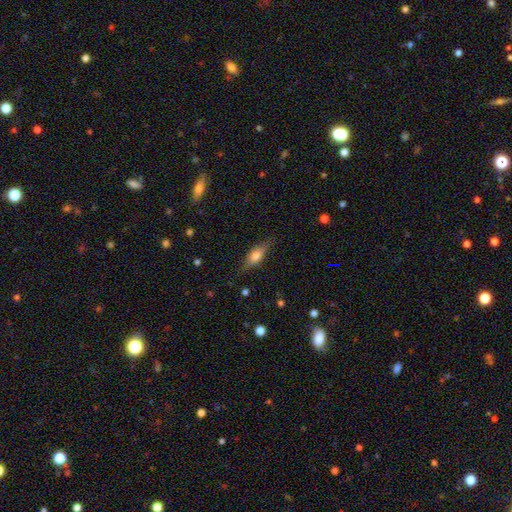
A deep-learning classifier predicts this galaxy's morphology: This is possibly a smooth galaxy (59%). How rounded: possibly in between (60%). Merging: likely none (80%).